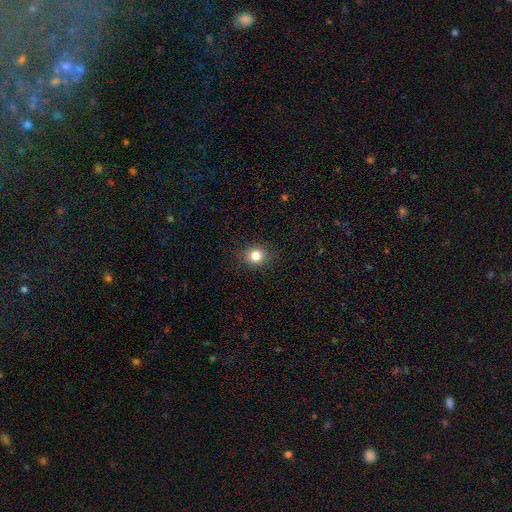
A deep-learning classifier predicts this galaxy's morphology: A smooth galaxy with no disk features (81%) that is round (72%).

Vote fractions:
- Smooth or featured? smooth: 81% / star or artifact: 12% / featured or disk: 7%
- How rounded? round: 72% / in between: 27% / cigar-shaped: 1%
- Merging? none: 88% / minor disturbance: 8% / major disturbance: 2% / merger: 1%